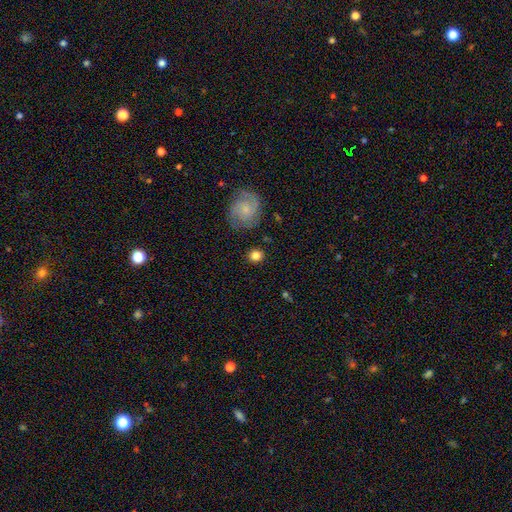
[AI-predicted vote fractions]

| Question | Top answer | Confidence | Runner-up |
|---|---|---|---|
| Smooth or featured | smooth | 81% | featured or disk (11%) |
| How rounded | round | 80% | in between (19%) |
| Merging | none | 85% | minor disturbance (10%) |